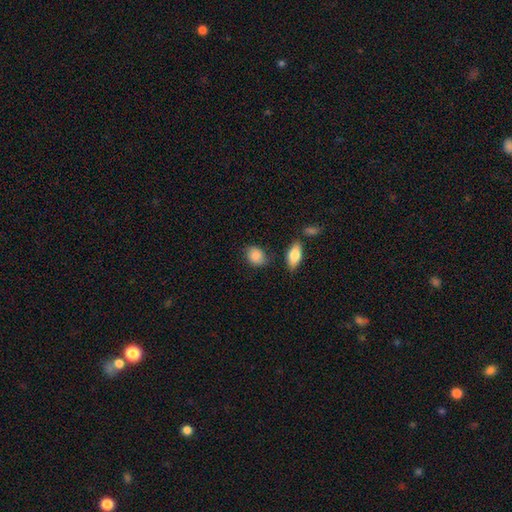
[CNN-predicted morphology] A smooth galaxy with no disk features (87%) that is in between round and cigar-shaped (56%).

Vote fractions:
- Smooth or featured? smooth: 87% / star or artifact: 7% / featured or disk: 6%
- How rounded? in between: 56% / round: 42% / cigar-shaped: 2%
- Merging? none: 73% / minor disturbance: 18% / merger: 5% / major disturbance: 4%